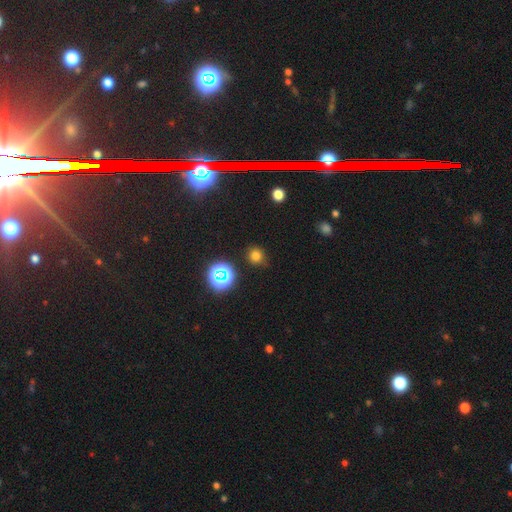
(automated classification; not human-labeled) This appears to be a smooth galaxy with no disk features (72%) that is round (86%). Merging: none (81%).